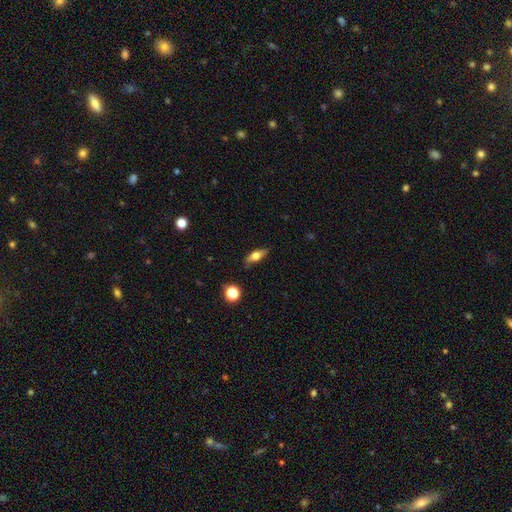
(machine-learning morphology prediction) This appears to be a smooth galaxy with no disk features (56%) that is in between round and cigar-shaped (63%). Merging: none (80%).